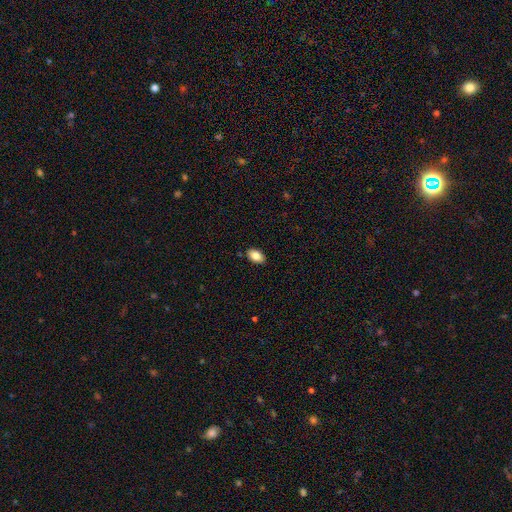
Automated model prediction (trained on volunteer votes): Smooth or featured?
  - smooth: 85% *
  - star or artifact: 8%
  - featured or disk: 8%
How rounded?
  - in between: 92% *
  - round: 6%
  - cigar-shaped: 2%
Merging?
  - none: 88% *
  - minor disturbance: 9%
  - major disturbance: 2%
  - merger: 1%